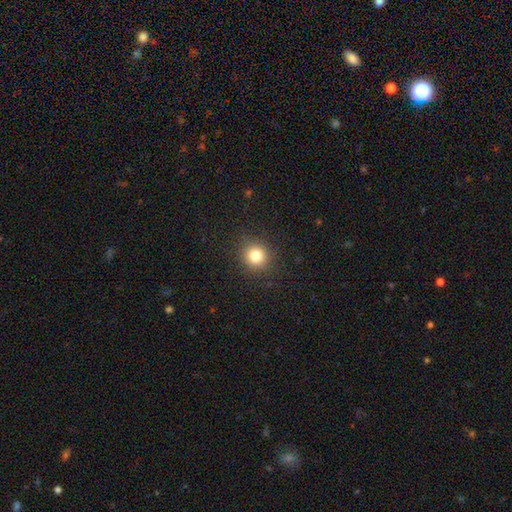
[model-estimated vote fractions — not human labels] Smooth or featured? Predicted: smooth (p=0.81). How rounded? Predicted: round (p=0.91). Merging? Predicted: none (p=0.90).